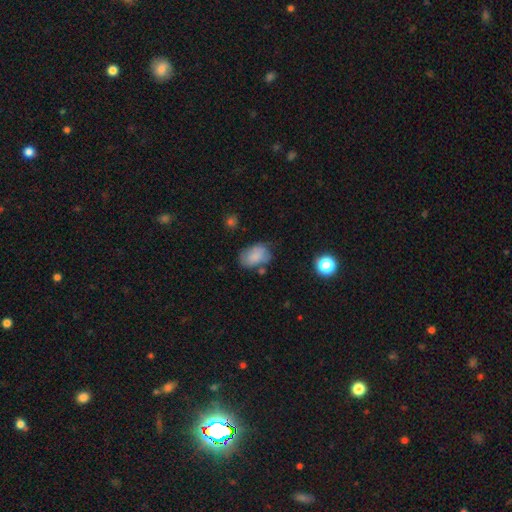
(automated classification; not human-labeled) Q: Smooth or featured?
A: smooth (76%); runner-up: featured or disk (15%)
Q: How rounded?
A: in between (86%); runner-up: round (13%)
Q: Merging?
A: none (54%); runner-up: minor disturbance (27%)